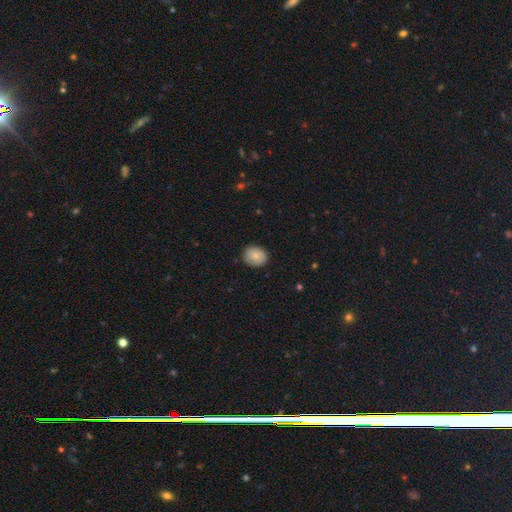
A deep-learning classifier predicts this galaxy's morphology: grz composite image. It shows a smooth galaxy with no disk features (81%) that is round (63%). Merging: none (85%).